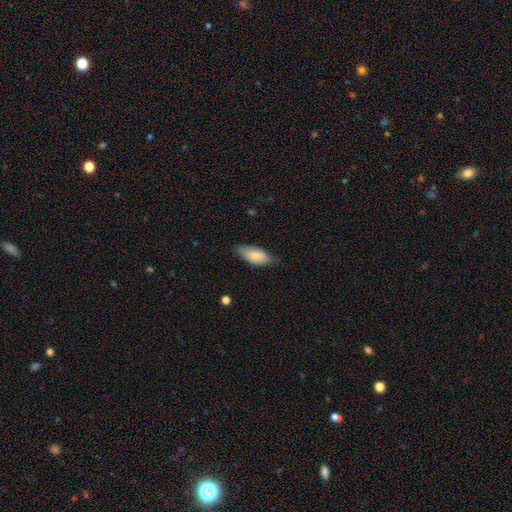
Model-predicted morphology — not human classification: type=smooth (80%); roundness=in between (88%); merging=none (66%).